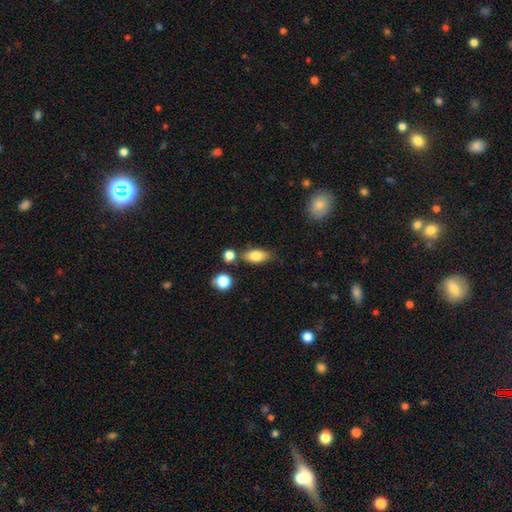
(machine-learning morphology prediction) Overall: smooth (82%). How rounded: in between (84%). Merging: none (72%).